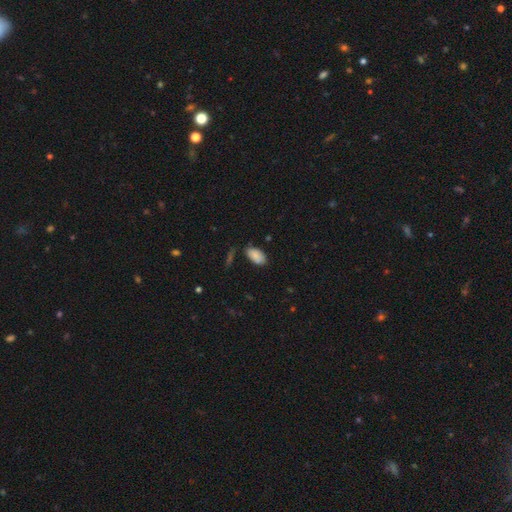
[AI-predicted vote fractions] Smooth or featured? smooth (85%)
How rounded? in between (94%)
Merging? none (72%)